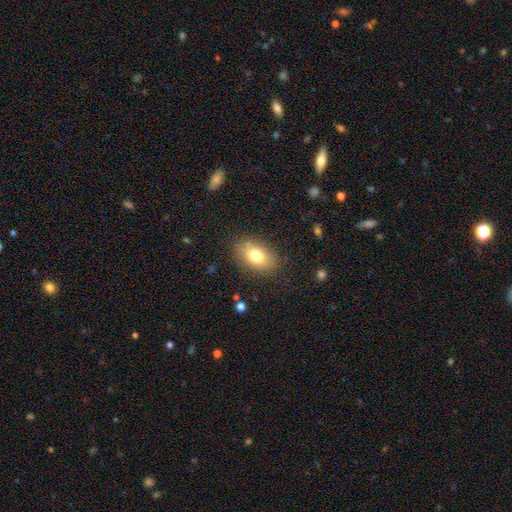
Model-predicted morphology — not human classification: Overall: smooth (76%). How rounded: in between (87%). Merging: none (83%).